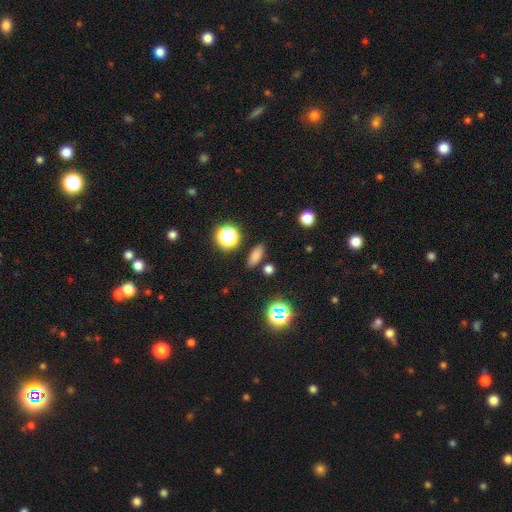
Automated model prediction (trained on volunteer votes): Smooth or featured? Predicted: smooth (p=0.75). How rounded? Predicted: in between (p=0.68). Merging? Predicted: none (p=0.85).